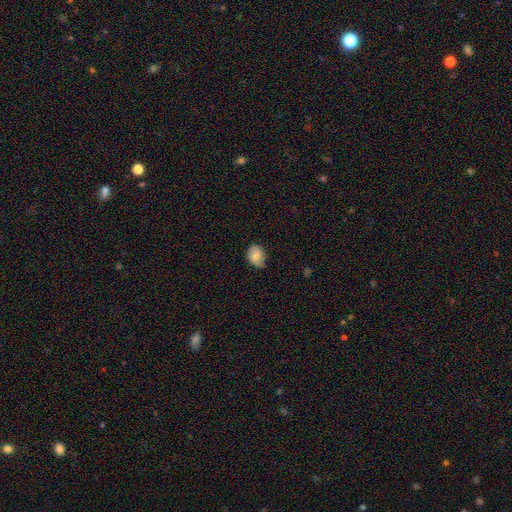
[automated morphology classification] The model was most divided on "how rounded": in between: 64%, round: 35%, cigar-shaped: 1%. More confident: smooth or featured — smooth (71%); merging — none (65%).